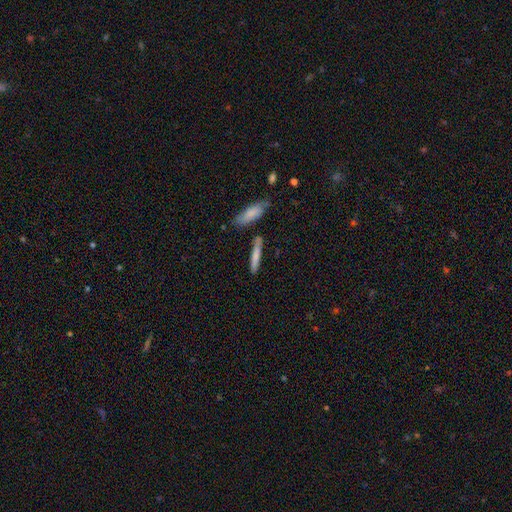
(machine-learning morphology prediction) This is likely a smooth galaxy (72%). How rounded: clearly cigar-shaped (90%). Merging: likely none (78%).